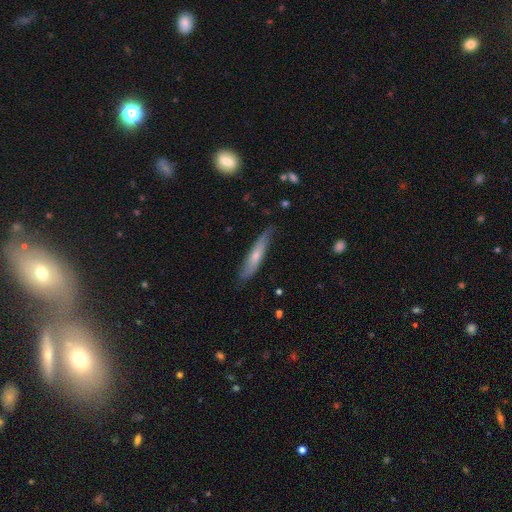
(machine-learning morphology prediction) This is possibly a smooth galaxy (52%). How rounded: clearly cigar-shaped (85%). Merging: likely none (73%).